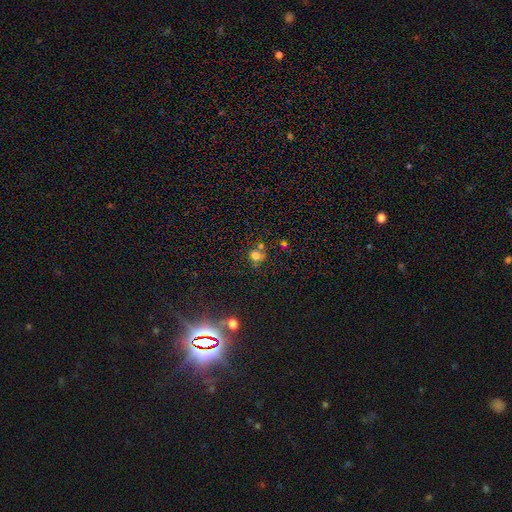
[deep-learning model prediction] The model was most divided on "merging": none: 52%, merger: 30%, minor disturbance: 12%, major disturbance: 6%. More confident: how rounded — round (82%); smooth or featured — smooth (71%).